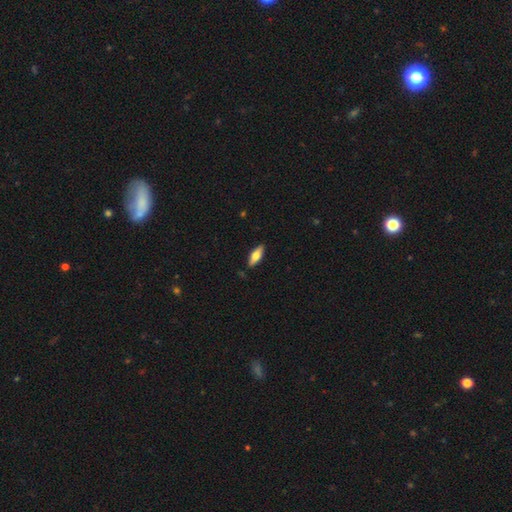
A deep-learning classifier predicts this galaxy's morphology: smooth 64%, featured or disk 30%, star or artifact 6%. Down the decision tree: how rounded — in between (66%); merging — none (88%).